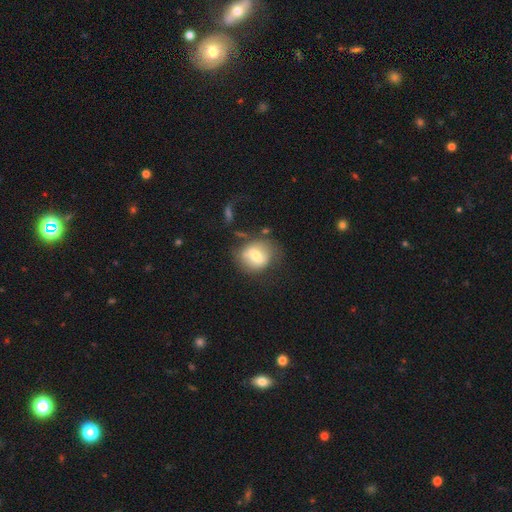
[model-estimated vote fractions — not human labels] Overall: smooth (62%; featured or disk 29%). How rounded: round (75%). Merging: none (62%).